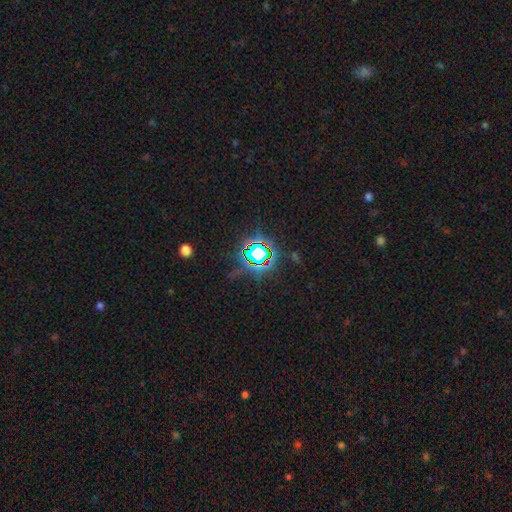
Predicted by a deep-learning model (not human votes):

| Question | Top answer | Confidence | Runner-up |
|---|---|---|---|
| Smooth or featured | star or artifact | 76% | smooth (14%) |